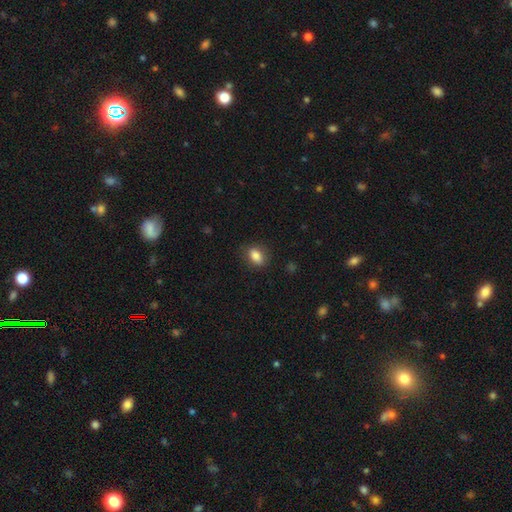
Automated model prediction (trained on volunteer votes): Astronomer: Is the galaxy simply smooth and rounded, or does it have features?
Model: smooth — 85%.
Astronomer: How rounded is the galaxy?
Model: in between — 81%.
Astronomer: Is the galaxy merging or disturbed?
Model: none — 82%.